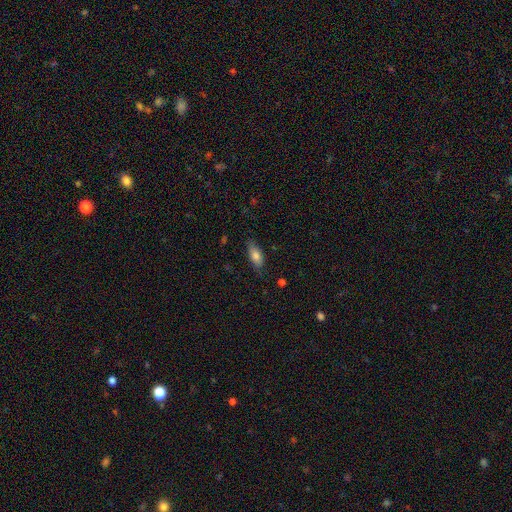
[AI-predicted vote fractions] A smooth galaxy with no disk features (79%) that is in between round and cigar-shaped (83%).

Vote fractions:
- Smooth or featured? smooth: 79% / featured or disk: 14% / star or artifact: 7%
- How rounded? in between: 83% / cigar-shaped: 14% / round: 3%
- Merging? none: 78% / minor disturbance: 18% / major disturbance: 3% / merger: 1%